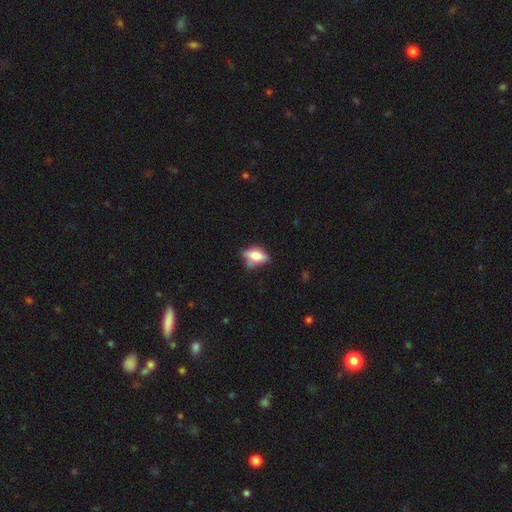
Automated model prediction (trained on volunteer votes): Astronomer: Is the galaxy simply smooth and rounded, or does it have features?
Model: smooth — 64%.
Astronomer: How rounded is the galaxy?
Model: in between — 82%.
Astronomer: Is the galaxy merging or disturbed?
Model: none — 48% (runner-up: minor disturbance, 30%).